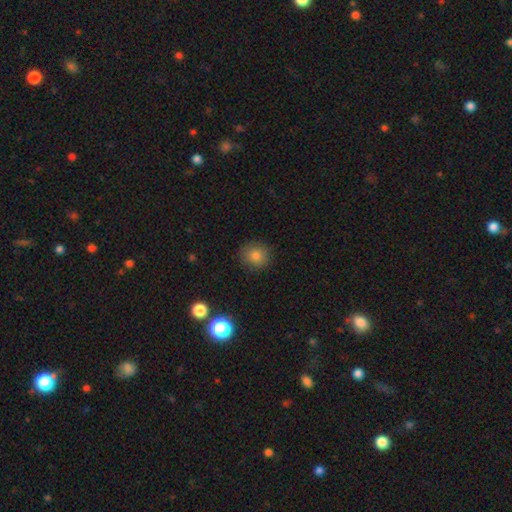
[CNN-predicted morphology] type=smooth (80%); roundness=round (88%); merging=none (87%).